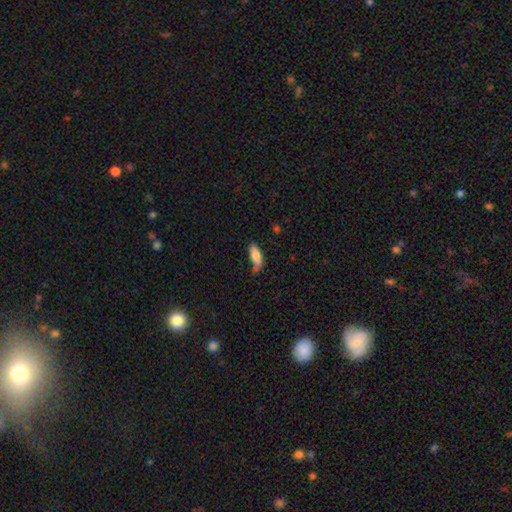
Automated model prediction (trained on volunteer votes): The model was most divided on "merging": none: 52%, minor disturbance: 33%, major disturbance: 10%, merger: 5%. More confident: smooth or featured — smooth (80%); how rounded — in between (70%).